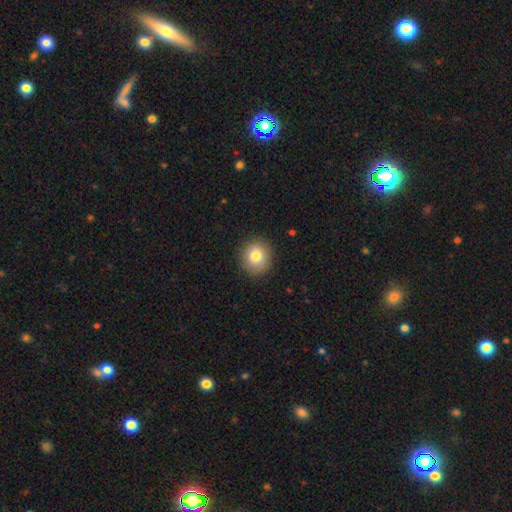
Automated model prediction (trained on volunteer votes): This is clearly a smooth galaxy (81%). How rounded: clearly round (86%). Merging: clearly none (90%).